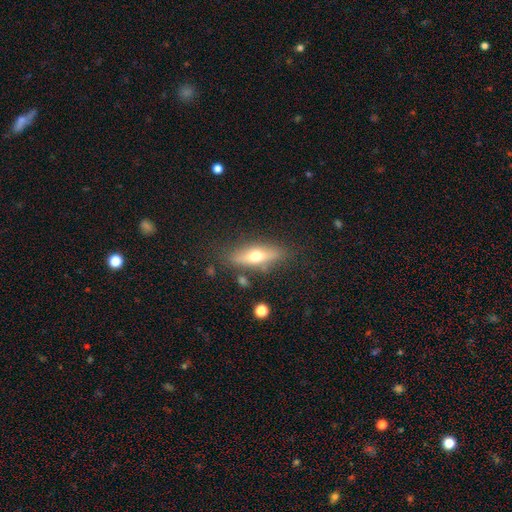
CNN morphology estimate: smooth_or_featured: smooth (p=0.48) [alt: featured or disk p=0.44]
merging: none (p=0.79) [alt: minor disturbance p=0.13]